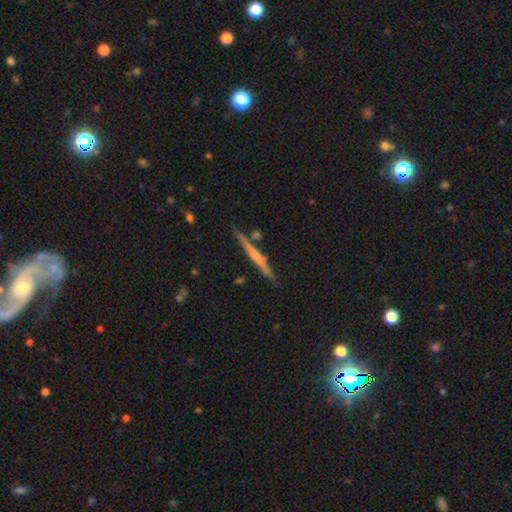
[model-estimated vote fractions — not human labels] Smooth or featured? featured or disk (63%)
Edge-on disk? yes (98%)
Edge-on bulge? rounded (49%)
Merging? none (85%)